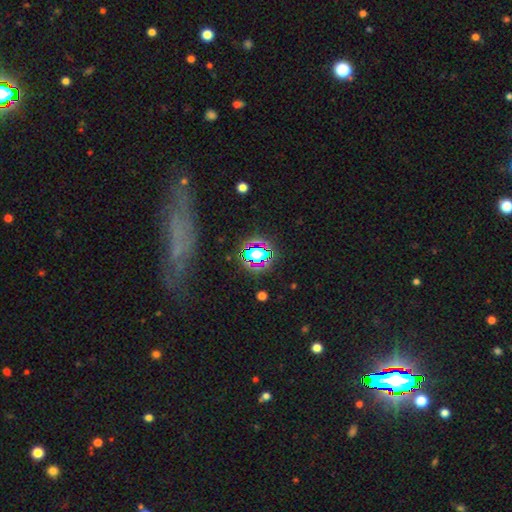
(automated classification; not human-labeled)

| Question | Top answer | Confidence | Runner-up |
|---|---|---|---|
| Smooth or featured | star or artifact | 60% | smooth (28%) |